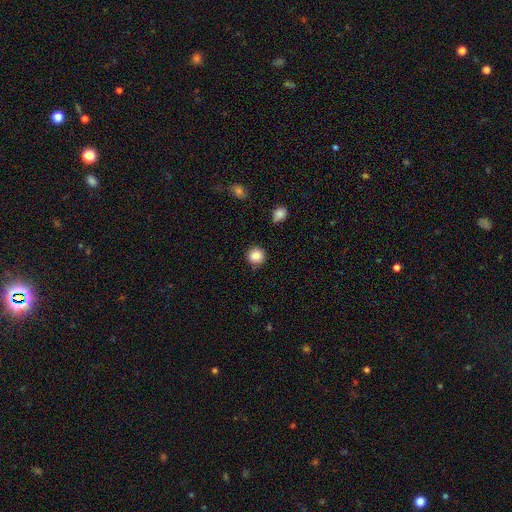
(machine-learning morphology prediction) This appears to be a smooth galaxy with no disk features (85%) that is round (94%). Merging: none (88%).